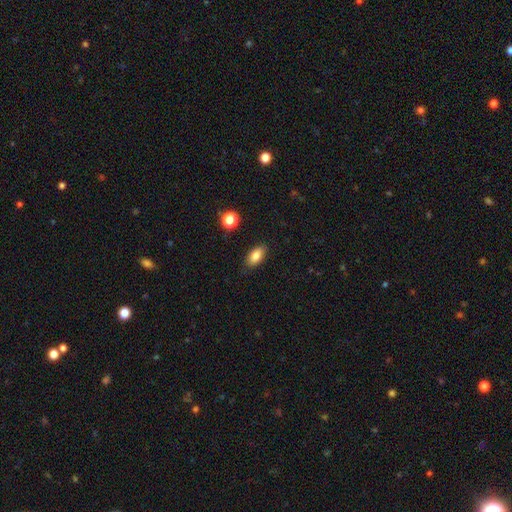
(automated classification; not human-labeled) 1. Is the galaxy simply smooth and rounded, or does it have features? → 83% smooth, 9% featured or disk, 9% star or artifact.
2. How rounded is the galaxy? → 89% in between, 7% cigar-shaped, 5% round.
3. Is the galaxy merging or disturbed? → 85% none, 11% minor disturbance, 3% major disturbance, 1% merger.